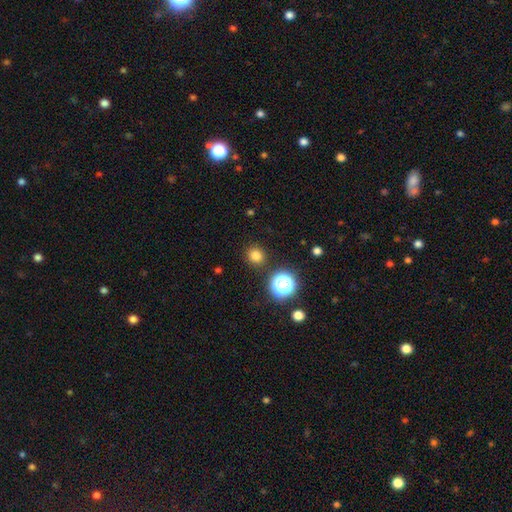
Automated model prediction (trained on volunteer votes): smooth 79%, star or artifact 16%, featured or disk 5%. Down the decision tree: how rounded — round (90%); merging — none (89%).